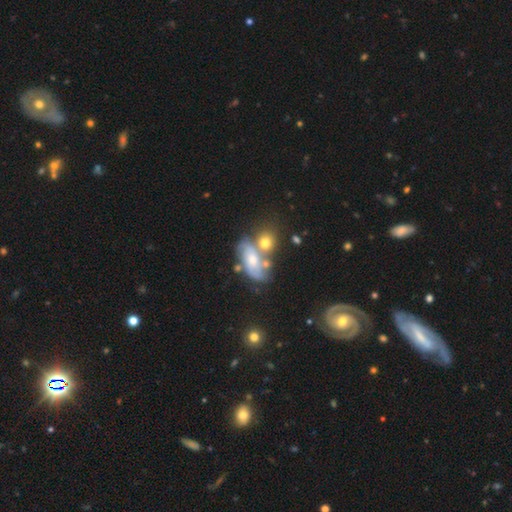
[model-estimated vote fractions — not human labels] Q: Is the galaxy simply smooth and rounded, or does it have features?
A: featured or disk — 67%.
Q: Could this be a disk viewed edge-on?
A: no — 92%.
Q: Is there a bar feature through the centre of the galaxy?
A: no — 56%.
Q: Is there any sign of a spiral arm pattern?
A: yes — 79%.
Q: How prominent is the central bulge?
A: moderate — 53%.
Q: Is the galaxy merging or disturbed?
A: merger — 43%.